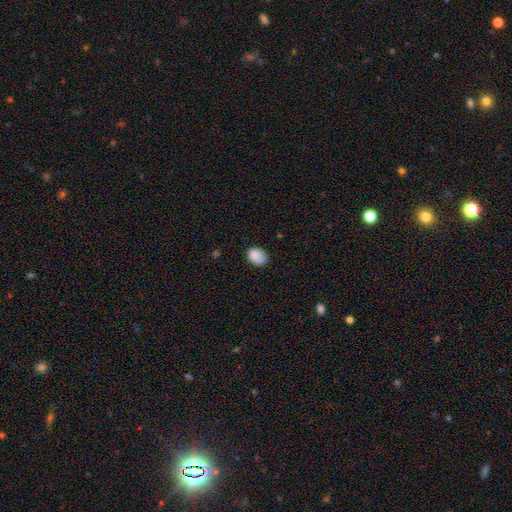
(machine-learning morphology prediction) A smooth galaxy with no disk features (86%) that is in between round and cigar-shaped (66%). Merging: none (69%).